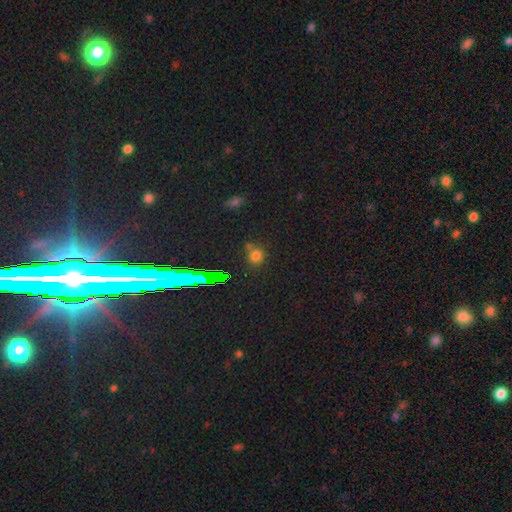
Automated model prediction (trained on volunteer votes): Q: Smooth or featured?
A: smooth (63%); runner-up: star or artifact (31%)
Q: How rounded?
A: round (78%); runner-up: in between (20%)
Q: Merging?
A: none (68%); runner-up: minor disturbance (14%)